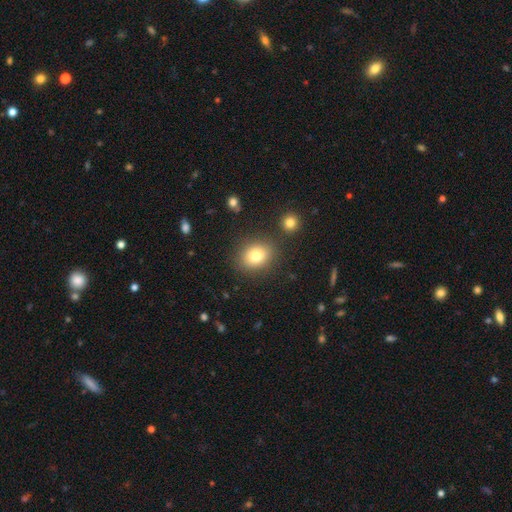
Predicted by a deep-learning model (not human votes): Smooth or featured? smooth (79%)
How rounded? round (52%)
Merging? none (83%)